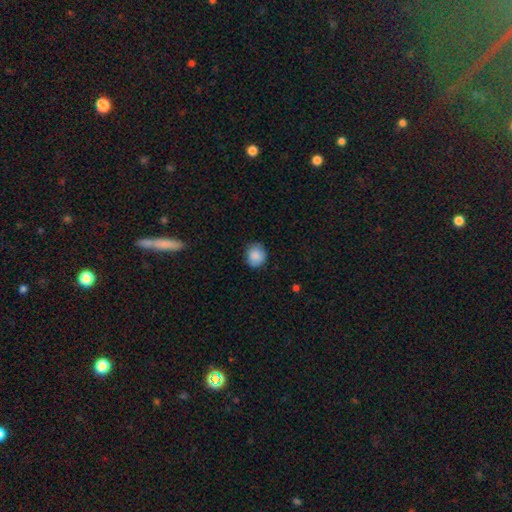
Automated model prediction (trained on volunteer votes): Overall: smooth (87%). How rounded: round (83%). Merging: none (77%).